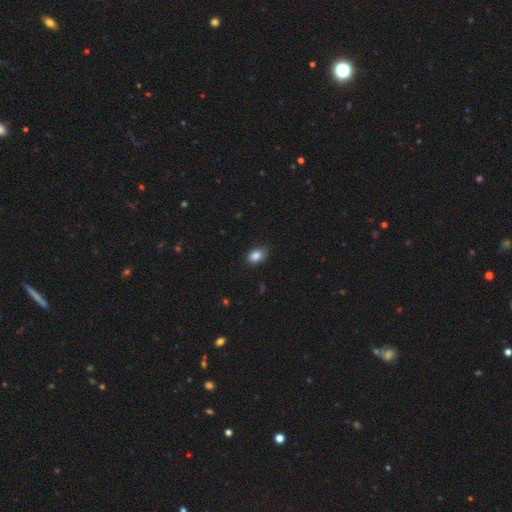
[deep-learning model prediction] Smooth or featured? smooth (86%)
How rounded? in between (75%)
Merging? none (79%)